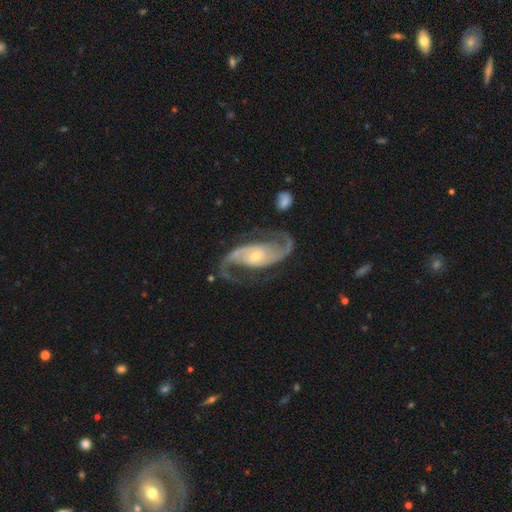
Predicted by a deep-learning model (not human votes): featured or disk 92%, star or artifact 4%, smooth 4%. Down the decision tree: edge-on disk — no (97%); bar — no (51%); spiral arms — yes (98%); spiral arm count — 2 (93%); spiral winding — medium (49%); bulge size — small (63%); merging — none (74%).